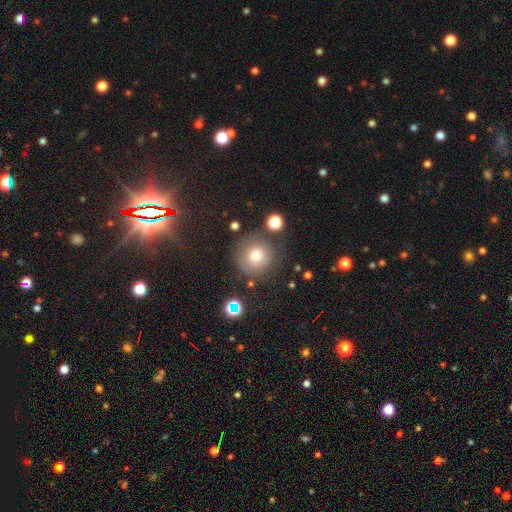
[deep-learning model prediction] Morphology: type=smooth (69%); roundness=round (94%); merging=none (76%).